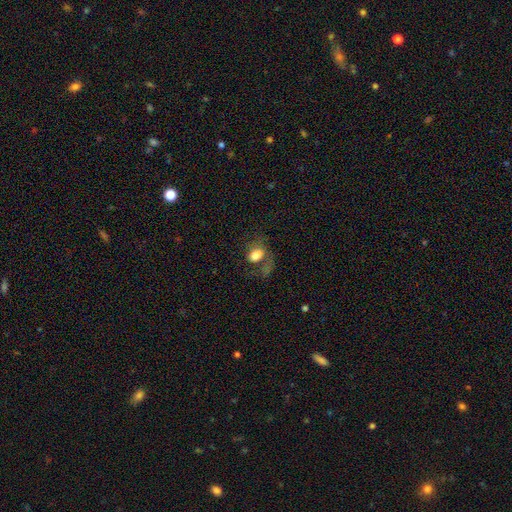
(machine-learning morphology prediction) Smooth or featured: smooth — 73% (featured or disk — 16%)
How rounded: in between — 75% (round — 23%)
Merging: none — 37% (major disturbance — 36%)